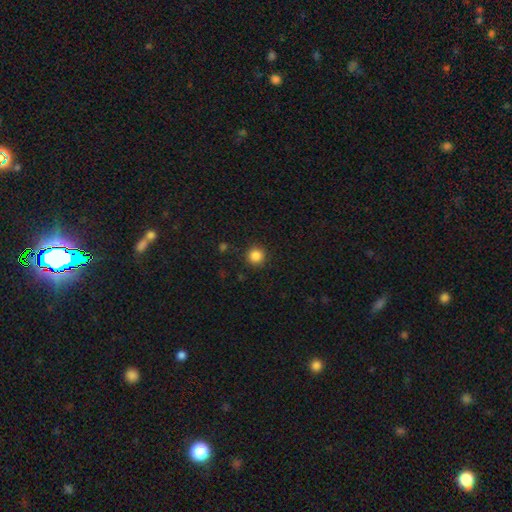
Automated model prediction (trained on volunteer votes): A smooth galaxy with no disk features (86%) that is round (95%).

Vote fractions:
- Smooth or featured? smooth: 86% / star or artifact: 11% / featured or disk: 3%
- How rounded? round: 95% / in between: 4% / cigar-shaped: 1%
- Merging? none: 90% / minor disturbance: 6% / major disturbance: 2% / merger: 1%